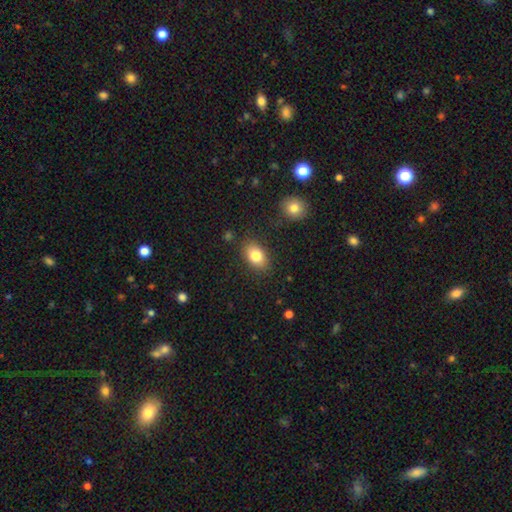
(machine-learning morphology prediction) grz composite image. It shows a smooth galaxy with no disk features (82%) that is in between round and cigar-shaped (84%). Merging: none (84%).